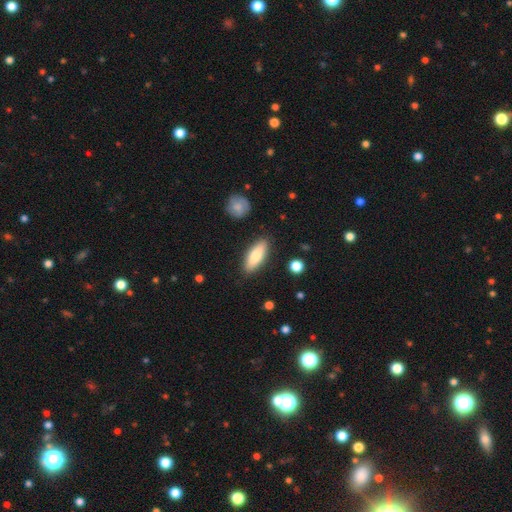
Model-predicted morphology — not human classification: smooth-or-featured: smooth: 78% | featured or disk: 16% | star or artifact: 6%
  how-rounded: in between: 62% | cigar-shaped: 36% | round: 2%
  merging: none: 86% | minor disturbance: 10% | major disturbance: 2% | merger: 2%